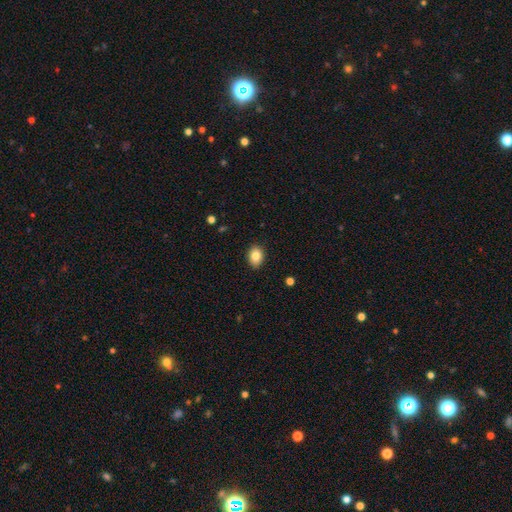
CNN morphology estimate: Smooth or featured? Predicted: smooth (p=0.84). How rounded? Predicted: in between (p=0.72). Merging? Predicted: none (p=0.89).